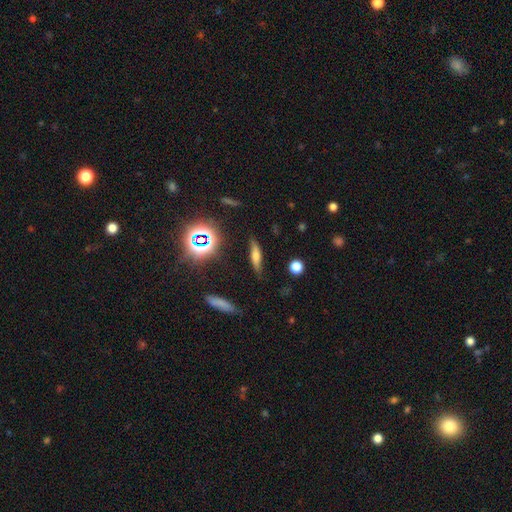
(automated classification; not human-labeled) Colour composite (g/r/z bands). It shows a smooth galaxy with no disk features (53%) that is cigar-shaped (71%). Merging: none (78%).